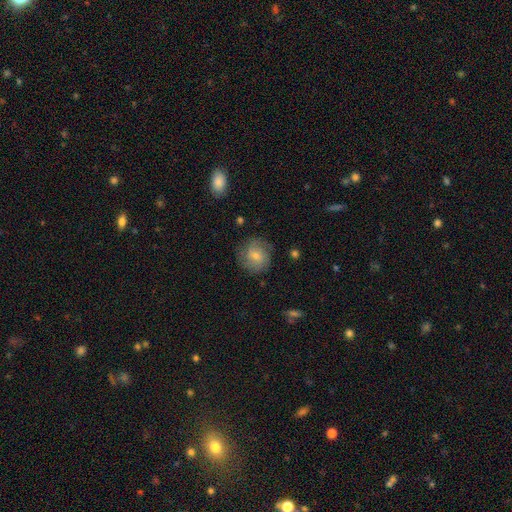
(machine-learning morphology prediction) Smooth or featured? featured or disk (46%)
Merging? none (78%)